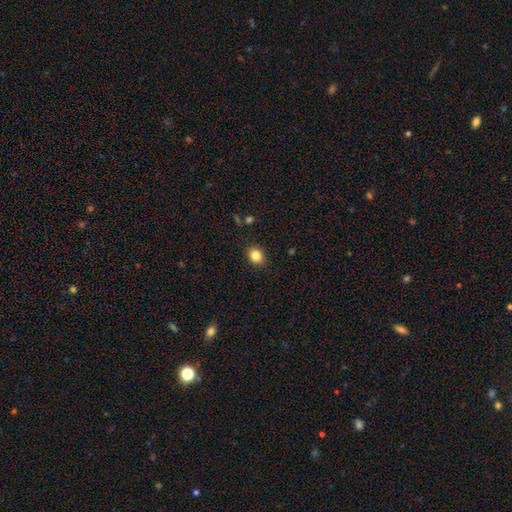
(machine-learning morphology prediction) Smooth or featured: smooth — 84% (star or artifact — 10%)
How rounded: round — 59% (in between — 41%)
Merging: none — 89% (minor disturbance — 8%)